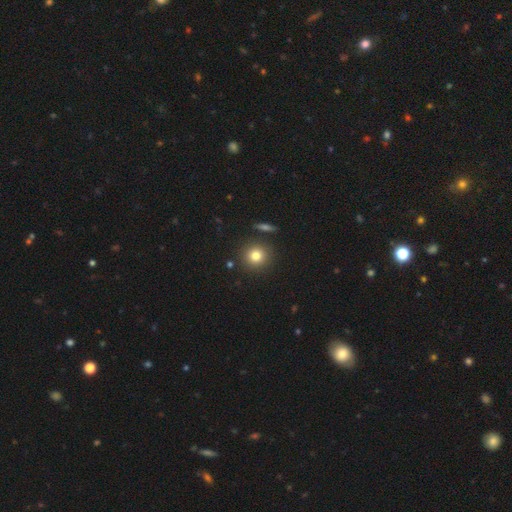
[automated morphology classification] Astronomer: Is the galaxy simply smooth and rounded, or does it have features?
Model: smooth — 78%.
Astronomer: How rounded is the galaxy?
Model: round — 92%.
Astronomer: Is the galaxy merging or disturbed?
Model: none — 87%.